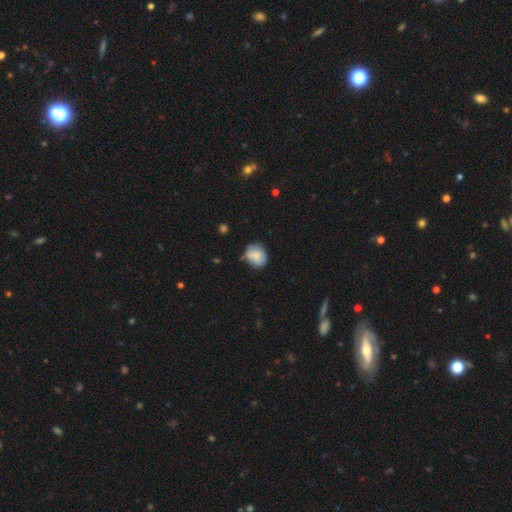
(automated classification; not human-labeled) Morphology: type=smooth (77%); roundness=round (61%); merging=none (57%).